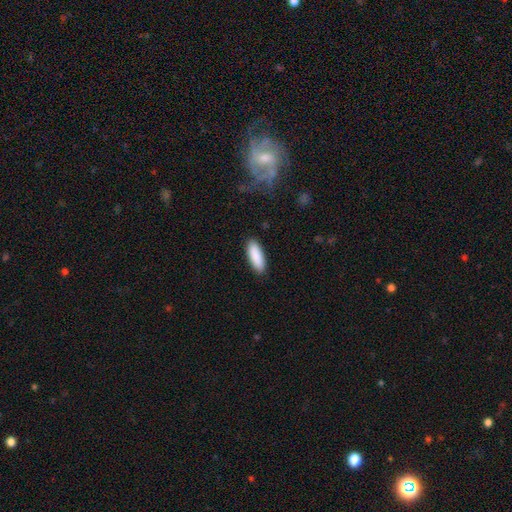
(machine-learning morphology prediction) smooth_or_featured: smooth (p=0.90) [alt: star or artifact p=0.06]
how_rounded: in between (p=0.60) [alt: cigar-shaped p=0.39]
merging: none (p=0.89) [alt: minor disturbance p=0.08]